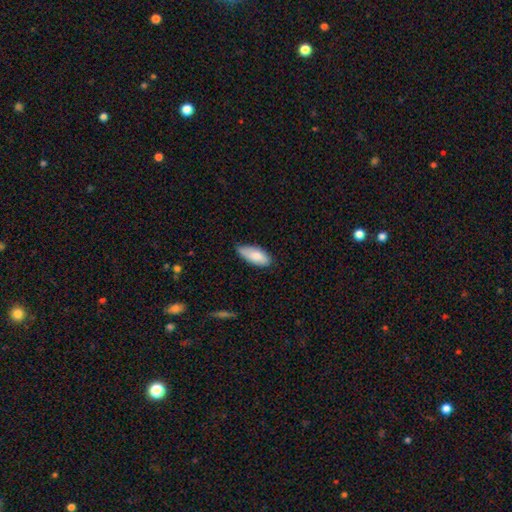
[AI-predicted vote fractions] Morphology: type=smooth (81%); roundness=in between (87%); merging=none (66%).